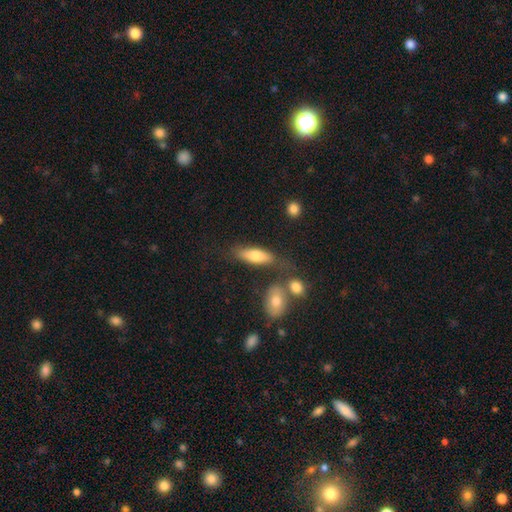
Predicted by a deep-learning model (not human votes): smooth_or_featured: smooth (p=0.72) [alt: featured or disk p=0.21]
how_rounded: in between (p=0.60) [alt: cigar-shaped p=0.36]
merging: none (p=0.63) [alt: minor disturbance p=0.16]